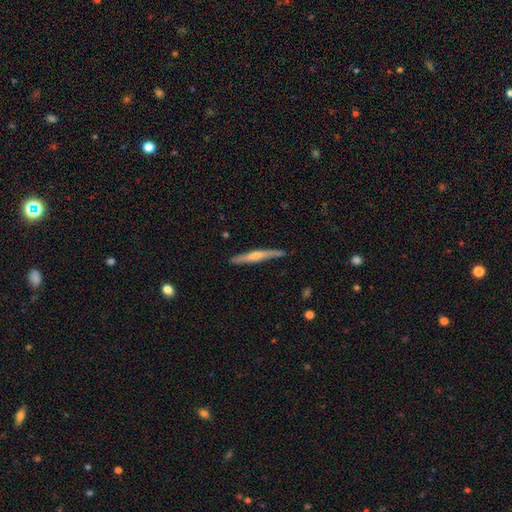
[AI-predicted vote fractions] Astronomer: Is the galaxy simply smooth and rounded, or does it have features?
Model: featured or disk — 59% (runner-up: smooth, 35%).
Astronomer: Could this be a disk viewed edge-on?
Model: yes — 96%.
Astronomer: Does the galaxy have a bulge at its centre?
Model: rounded — 66%.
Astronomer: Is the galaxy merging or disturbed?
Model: none — 85%.